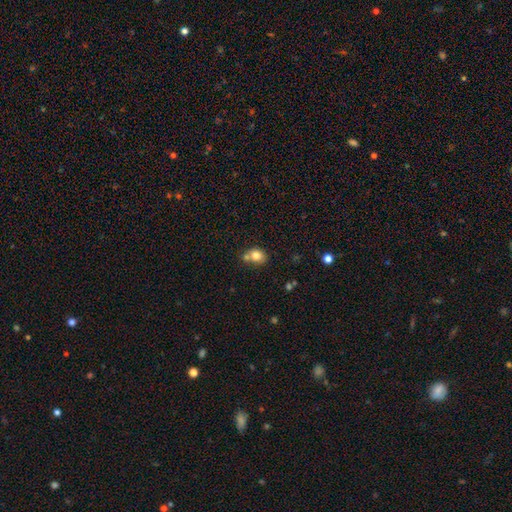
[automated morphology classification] A smooth galaxy with no disk features (78%) that is round (54%). Merging: none (48%).